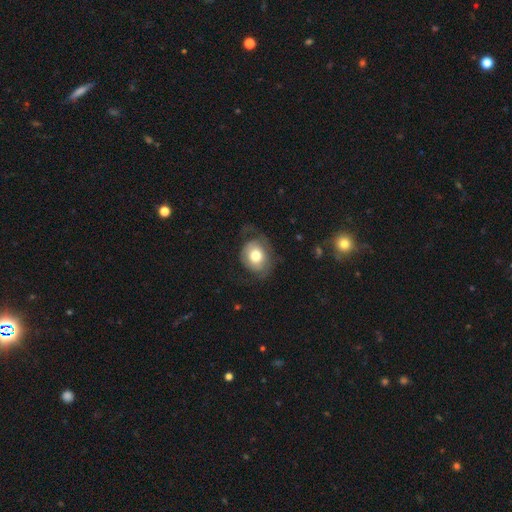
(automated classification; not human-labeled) Morphology: type=smooth (61%); roundness=round (65%); merging=none (52%).